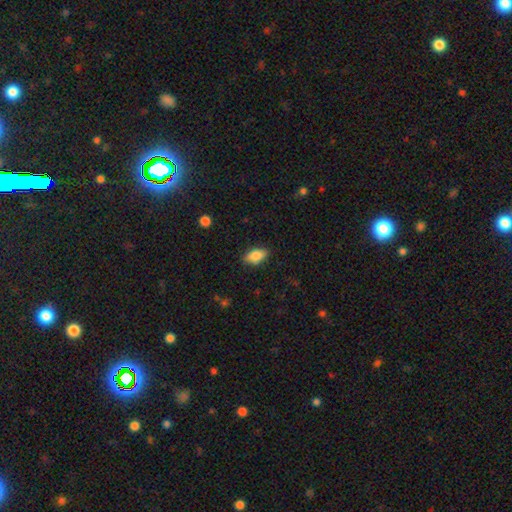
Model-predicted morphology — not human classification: smooth 84%, featured or disk 9%, star or artifact 7%. Down the decision tree: how rounded — in between (89%); merging — none (86%).